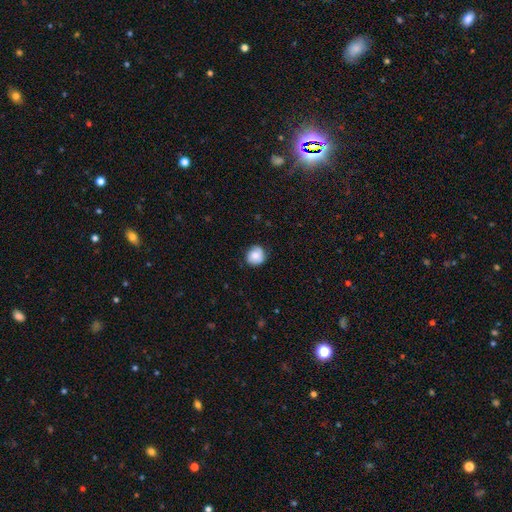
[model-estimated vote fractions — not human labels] This is likely a smooth galaxy (73%). How rounded: clearly round (87%). Merging: likely none (77%).